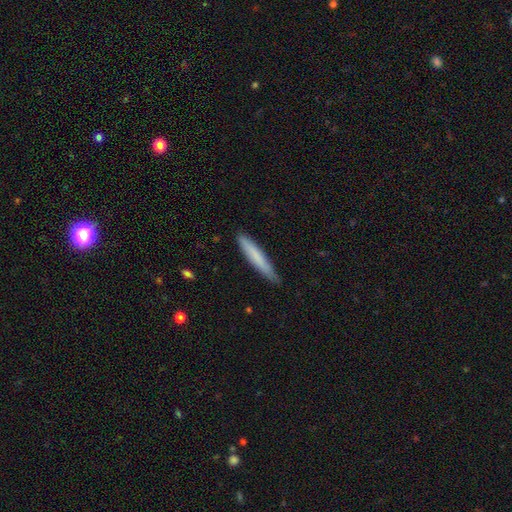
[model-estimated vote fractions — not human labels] smooth-or-featured: smooth: 76% | featured or disk: 18% | star or artifact: 6%
  how-rounded: cigar-shaped: 93% | in between: 6% | round: 1%
  merging: none: 82% | minor disturbance: 14% | major disturbance: 2% | merger: 1%